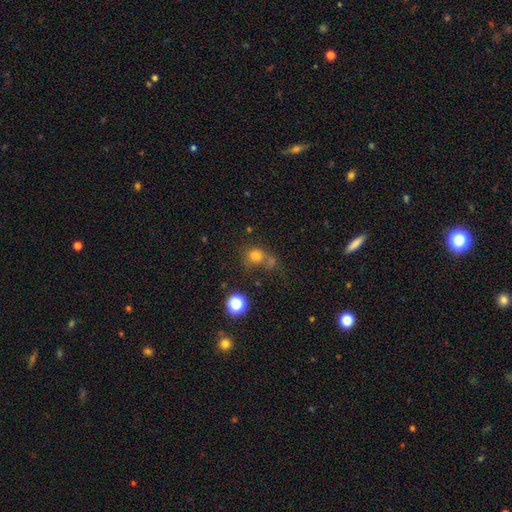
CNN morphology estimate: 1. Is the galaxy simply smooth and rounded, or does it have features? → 74% smooth, 17% star or artifact, 9% featured or disk.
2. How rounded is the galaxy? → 78% round, 21% in between, 1% cigar-shaped.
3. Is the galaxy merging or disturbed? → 51% none, 27% merger, 14% minor disturbance, 8% major disturbance.